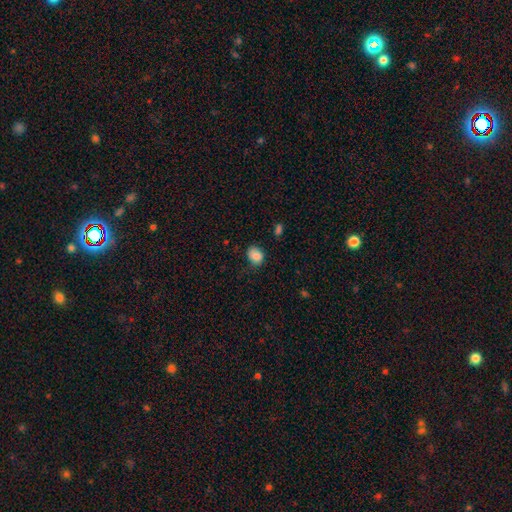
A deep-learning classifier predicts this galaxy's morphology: smooth 86%, star or artifact 9%, featured or disk 5%. Down the decision tree: how rounded — in between (53%); merging — none (69%).